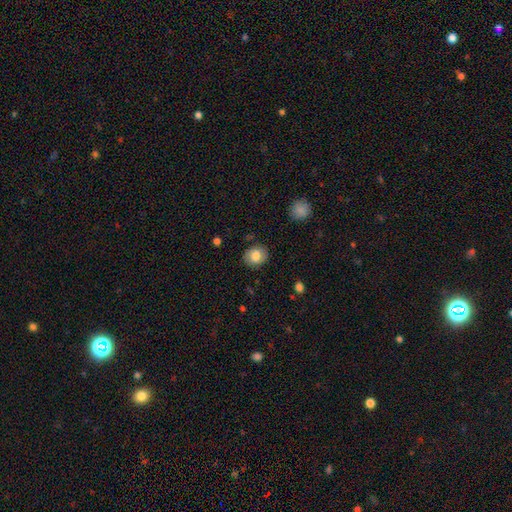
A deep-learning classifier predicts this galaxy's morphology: smooth_or_featured: smooth (p=0.78) [alt: featured or disk p=0.14]
how_rounded: round (p=0.60) [alt: in between p=0.39]
merging: none (p=0.84) [alt: minor disturbance p=0.12]